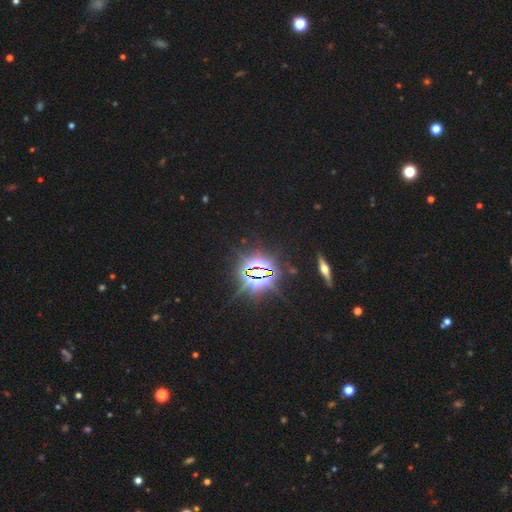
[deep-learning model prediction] smooth_or_featured: star or artifact (p=0.86) [alt: smooth p=0.08]